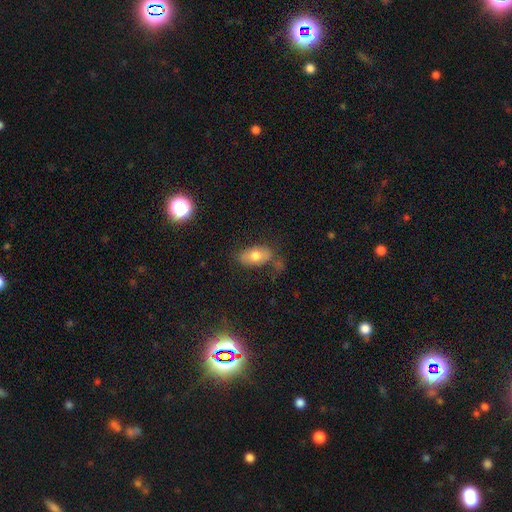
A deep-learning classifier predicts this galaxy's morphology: smooth 71%, featured or disk 21%, star or artifact 8%. Down the decision tree: how rounded — in between (90%); merging — none (62%).